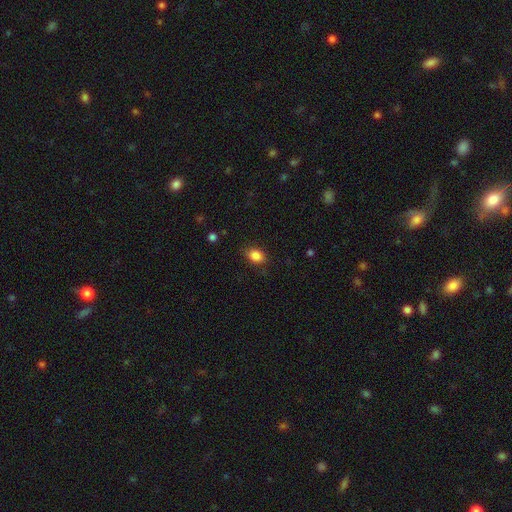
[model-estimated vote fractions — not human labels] Smooth or featured?
  - smooth: 86% *
  - star or artifact: 10%
  - featured or disk: 4%
How rounded?
  - in between: 65% *
  - round: 33%
  - cigar-shaped: 1%
Merging?
  - none: 82% *
  - minor disturbance: 14%
  - major disturbance: 4%
  - merger: 1%